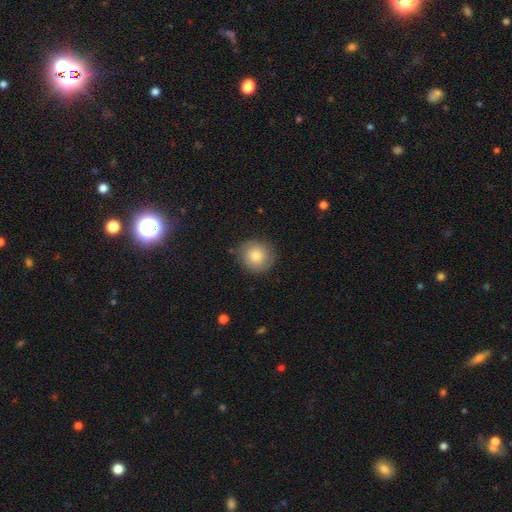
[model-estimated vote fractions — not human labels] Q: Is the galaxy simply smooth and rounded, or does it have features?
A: smooth — 75%.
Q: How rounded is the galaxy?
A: round — 91%.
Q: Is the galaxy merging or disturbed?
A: none — 83%.